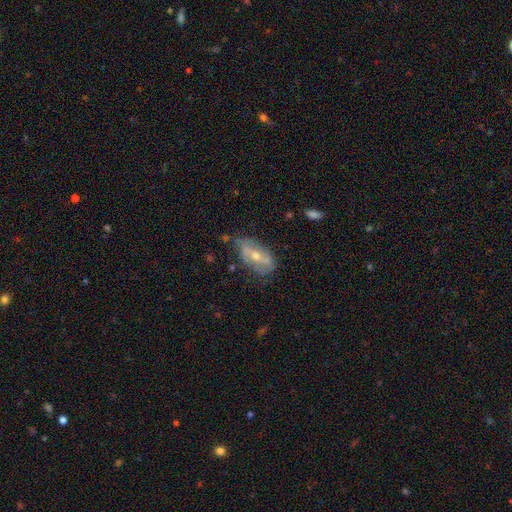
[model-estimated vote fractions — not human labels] This appears to be a featured or disk galaxy (65%) with no bar (36%), spiral arms (56%) and a moderate central bulge (55%). Merging: none (63%).